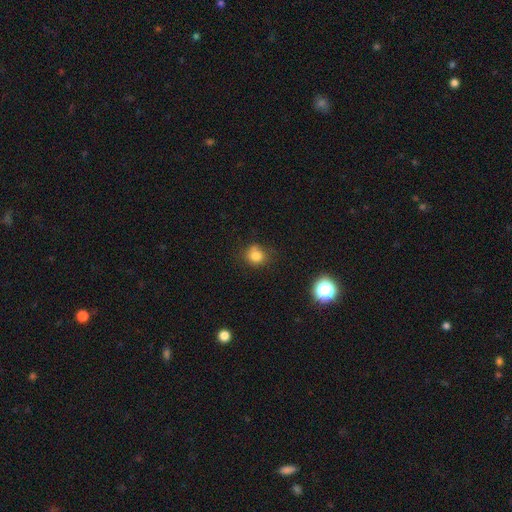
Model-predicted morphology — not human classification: The model was most divided on "merging": none: 69%, minor disturbance: 22%, major disturbance: 6%, merger: 3%. More confident: how rounded — round (81%); smooth or featured — smooth (80%).